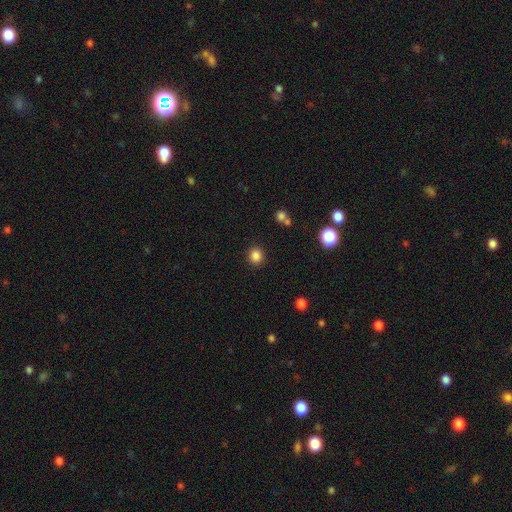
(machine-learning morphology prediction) The model was most divided on "how rounded": round: 85%, in between: 14%, cigar-shaped: 1%. More confident: merging — none (90%); smooth or featured — smooth (85%).